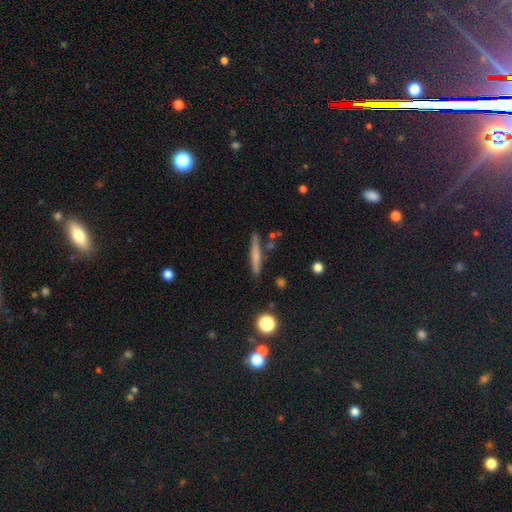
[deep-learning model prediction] Smooth or featured? smooth (59%)
How rounded? cigar-shaped (93%)
Merging? none (85%)